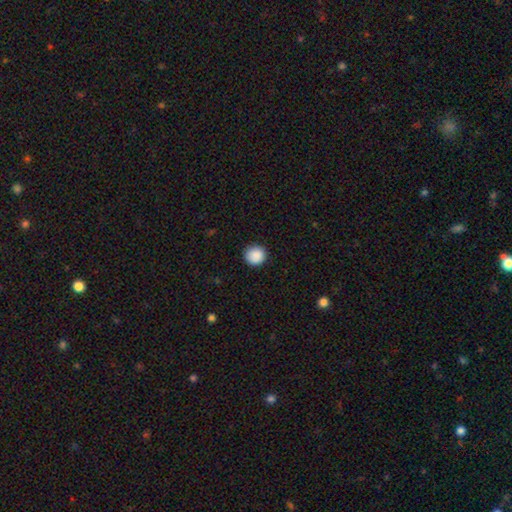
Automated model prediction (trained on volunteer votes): smooth 89%, star or artifact 8%, featured or disk 3%. Down the decision tree: how rounded — round (93%); merging — none (90%).